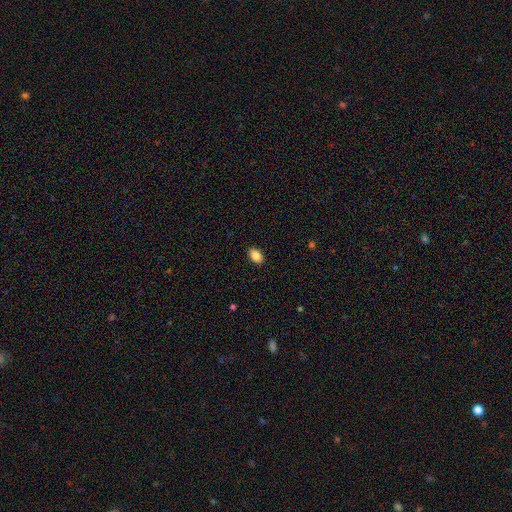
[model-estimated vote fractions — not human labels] Smooth or featured: smooth — 88% (star or artifact — 8%)
How rounded: in between — 85% (round — 14%)
Merging: none — 90% (minor disturbance — 7%)